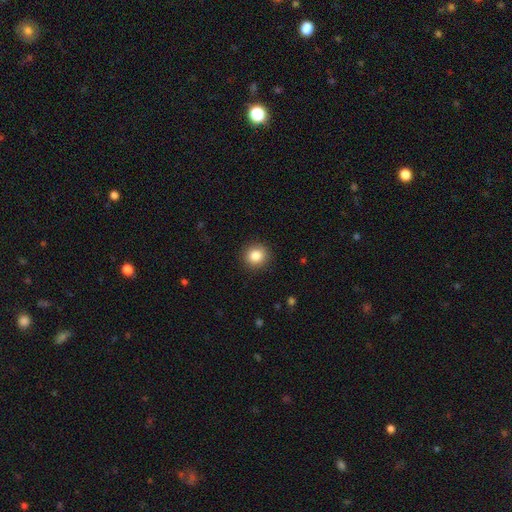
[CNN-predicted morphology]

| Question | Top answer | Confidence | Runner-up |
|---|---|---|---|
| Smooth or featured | smooth | 84% | star or artifact (10%) |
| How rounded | round | 90% | in between (9%) |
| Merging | none | 91% | minor disturbance (6%) |